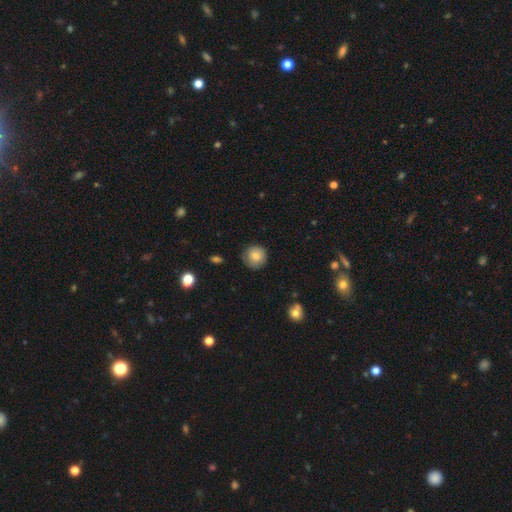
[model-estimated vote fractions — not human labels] A smooth galaxy with no disk features (81%) that is round (92%). Merging: none (80%).